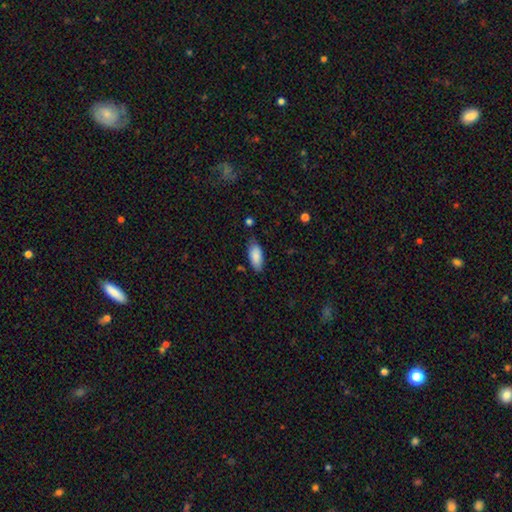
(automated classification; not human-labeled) A smooth galaxy with no disk features (87%) that is in between round and cigar-shaped (88%). Merging: none (76%).